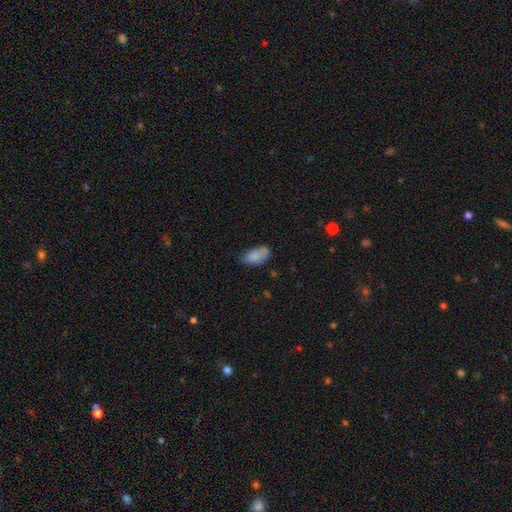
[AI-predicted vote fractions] A smooth galaxy with no disk features (84%) that is in between round and cigar-shaped (93%). Merging: none (59%).